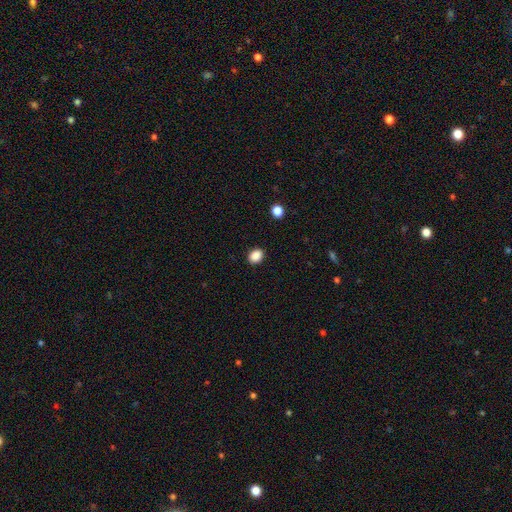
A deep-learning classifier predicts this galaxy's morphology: This is clearly a smooth galaxy (88%). How rounded: possibly in between (52%). Merging: clearly none (89%).